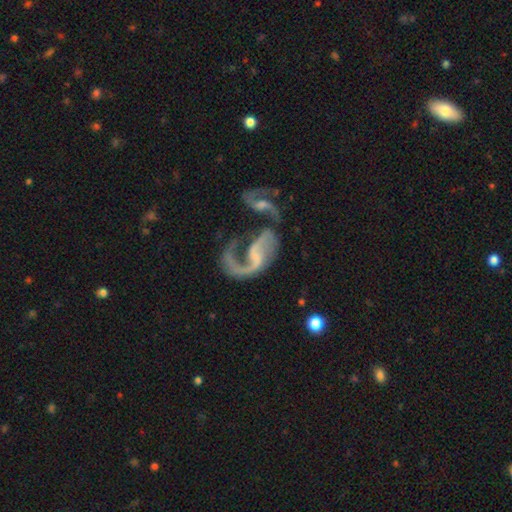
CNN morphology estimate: featured or disk 83%, smooth 9%, star or artifact 8%. Down the decision tree: edge-on disk — no (97%); bar — no (41%); spiral arms — yes (88%); spiral arm count — 2 (57%); spiral winding — loose (62%); bulge size — none (48%); merging — merger (39%).